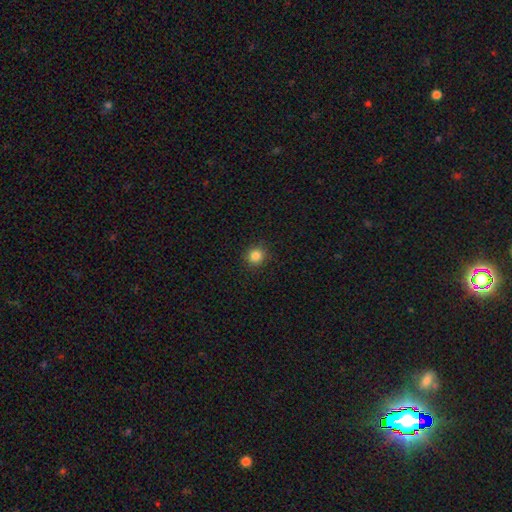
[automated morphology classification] Smooth or featured: smooth — 84% (star or artifact — 12%)
How rounded: round — 92% (in between — 7%)
Merging: none — 90% (minor disturbance — 7%)